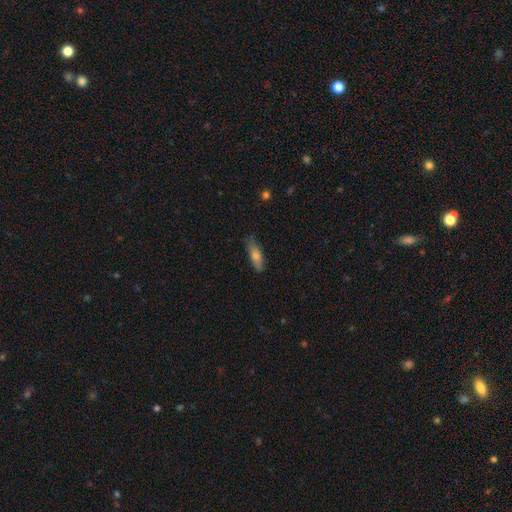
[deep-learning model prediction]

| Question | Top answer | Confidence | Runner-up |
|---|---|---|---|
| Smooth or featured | smooth | 63% | featured or disk (29%) |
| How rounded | cigar-shaped | 60% | in between (38%) |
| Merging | none | 79% | minor disturbance (17%) |